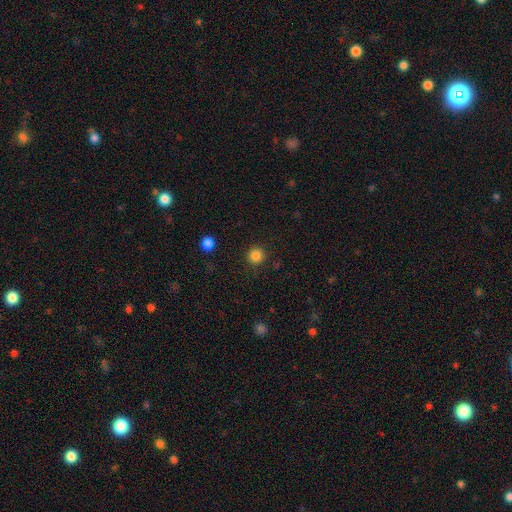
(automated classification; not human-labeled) This is clearly a smooth galaxy (85%). How rounded: clearly round (95%). Merging: clearly none (91%).